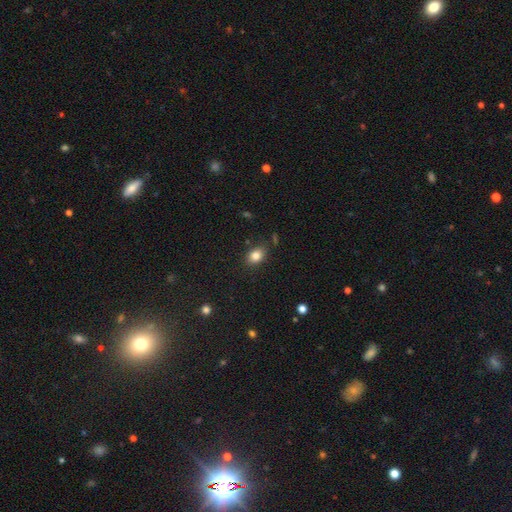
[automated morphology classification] Q: Smooth or featured?
A: smooth (84%); runner-up: star or artifact (10%)
Q: How rounded?
A: in between (70%); runner-up: round (29%)
Q: Merging?
A: none (82%); runner-up: minor disturbance (13%)